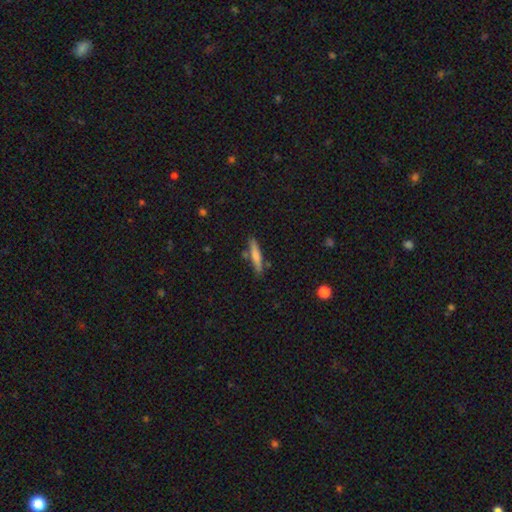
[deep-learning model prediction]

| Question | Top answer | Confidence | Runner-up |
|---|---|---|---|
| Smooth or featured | smooth | 69% | featured or disk (25%) |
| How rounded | cigar-shaped | 88% | in between (10%) |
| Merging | none | 79% | minor disturbance (13%) |